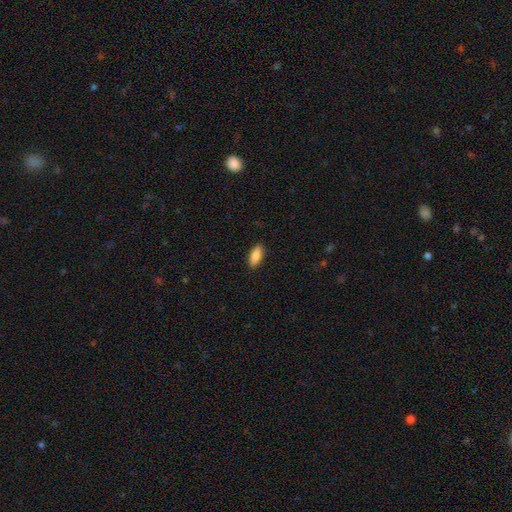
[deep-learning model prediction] Overall: smooth (84%). How rounded: in between (78%). Merging: none (88%).